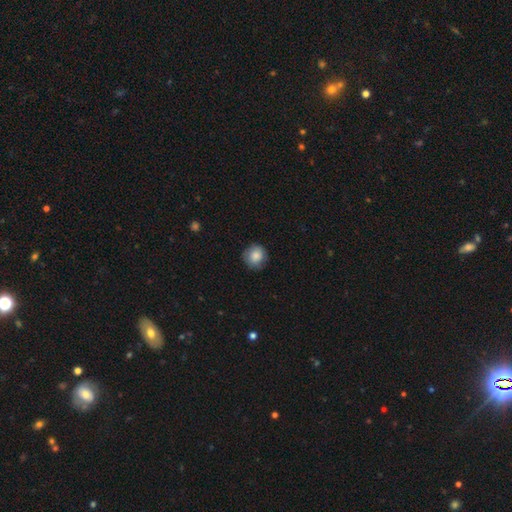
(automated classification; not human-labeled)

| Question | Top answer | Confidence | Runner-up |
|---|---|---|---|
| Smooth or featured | smooth | 85% | star or artifact (8%) |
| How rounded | round | 90% | in between (9%) |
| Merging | none | 82% | minor disturbance (14%) |